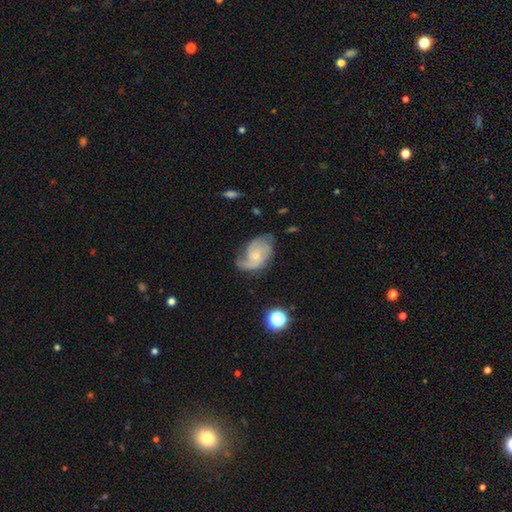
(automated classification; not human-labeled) Q: Smooth or featured?
A: featured or disk (80%); runner-up: smooth (14%)
Q: Edge-on disk?
A: no (97%); runner-up: yes (3%)
Q: Bar?
A: no (70%); runner-up: weak (27%)
Q: Spiral arms?
A: yes (95%); runner-up: no (5%)
Q: Spiral winding?
A: medium (44%); runner-up: tight (37%)
Q: Spiral arm count?
A: 2 (47%); runner-up: 3 (19%)
Q: Bulge size?
A: small (67%); runner-up: moderate (27%)
Q: Merging?
A: none (54%); runner-up: minor disturbance (28%)